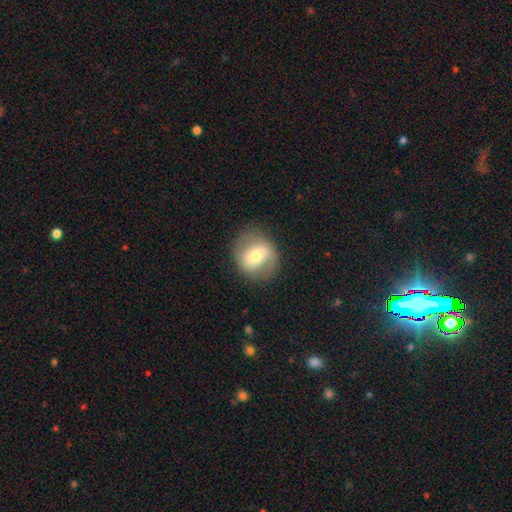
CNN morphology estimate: featured or disk 49%, smooth 43%, star or artifact 7%. Down the decision tree: merging — none (81%).